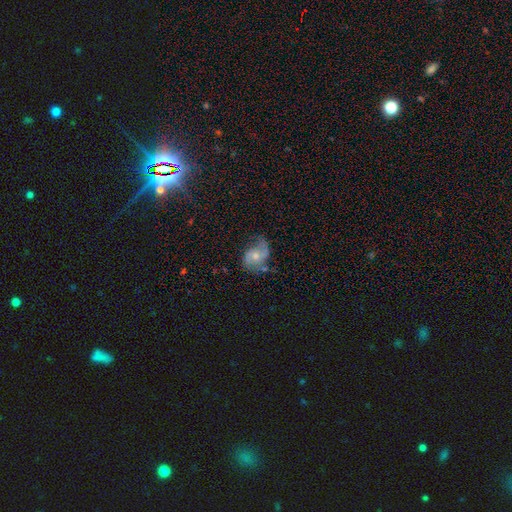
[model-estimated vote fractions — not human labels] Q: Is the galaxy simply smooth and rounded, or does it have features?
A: featured or disk — 65%.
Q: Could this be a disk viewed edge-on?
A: no — 97%.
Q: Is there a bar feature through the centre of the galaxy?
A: no — 64%.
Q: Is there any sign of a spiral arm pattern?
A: yes — 88%.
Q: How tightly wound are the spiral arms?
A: loose — 49%.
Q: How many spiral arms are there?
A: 2 — 82%.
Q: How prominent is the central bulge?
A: moderate — 55%.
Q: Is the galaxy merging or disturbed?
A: none — 54%.